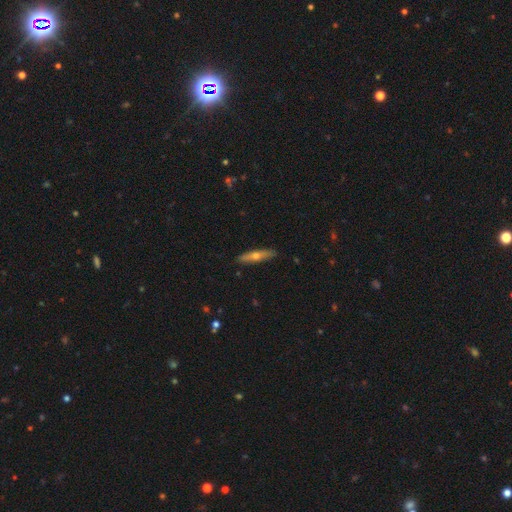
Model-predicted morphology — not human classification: A smooth galaxy with no disk features (47%, tied with featured or disk). Merging: none (89%).